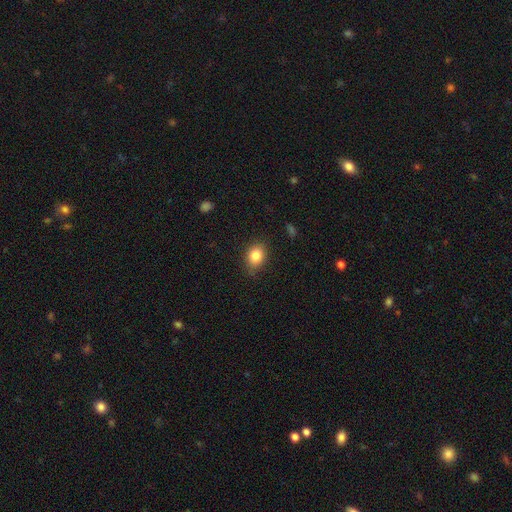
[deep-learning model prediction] Overall: smooth (83%). How rounded: in between (56%; round 43%). Merging: none (81%).